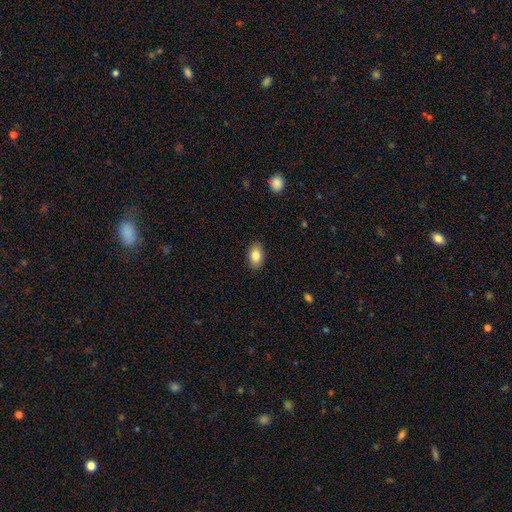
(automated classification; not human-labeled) The model was most divided on "smooth or featured": smooth: 84%, featured or disk: 8%, star or artifact: 8%. More confident: how rounded — in between (89%); merging — none (88%).